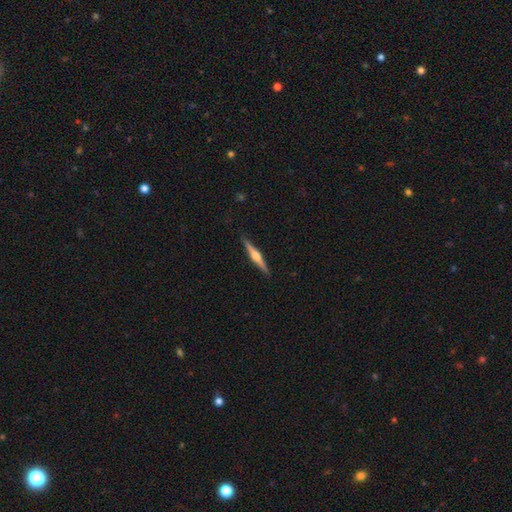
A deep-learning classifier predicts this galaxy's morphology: A featured or disk galaxy (72%) viewed edge-on (98%) with a rounded central bulge (92%).

Vote fractions:
- Smooth or featured? featured or disk: 72% / smooth: 23% / star or artifact: 5%
- Edge-on disk? yes: 98% / no: 2%
- Edge-on bulge? rounded: 92% / boxy: 5% / none: 3%
- Merging? none: 91% / minor disturbance: 7% / major disturbance: 1% / merger: 1%